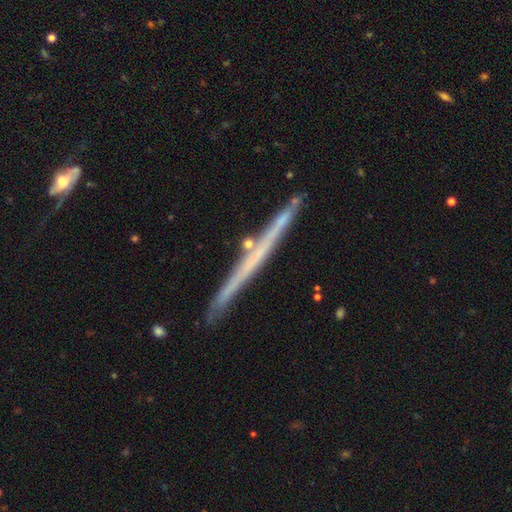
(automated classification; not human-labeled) This appears to be a featured or disk galaxy (63%) viewed edge-on (97%) with no central bulge (89%). Merging: none (85%).